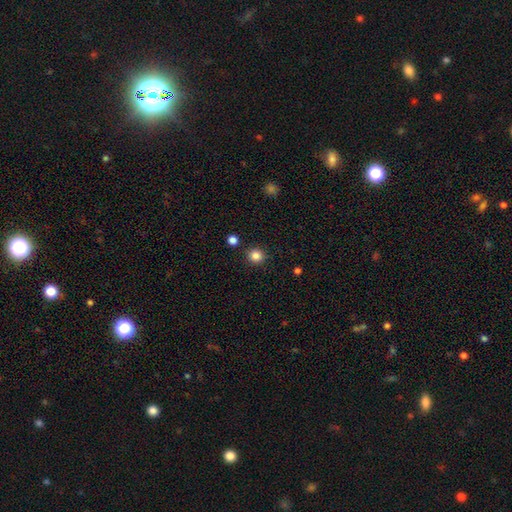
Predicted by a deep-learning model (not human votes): Morphology: type=smooth (84%); roundness=round (91%); merging=none (89%).